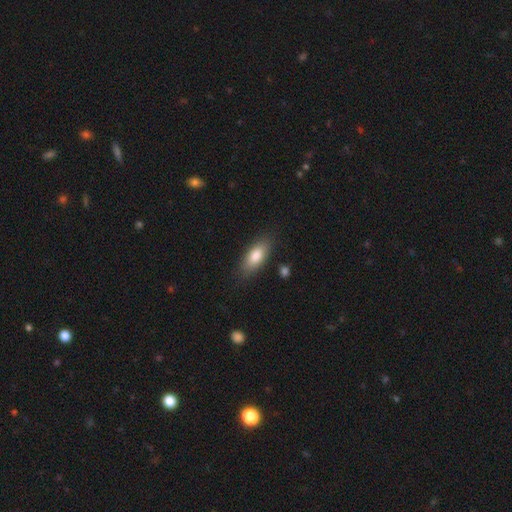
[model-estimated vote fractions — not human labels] Overall: smooth (82%). How rounded: in between (83%). Merging: none (81%).